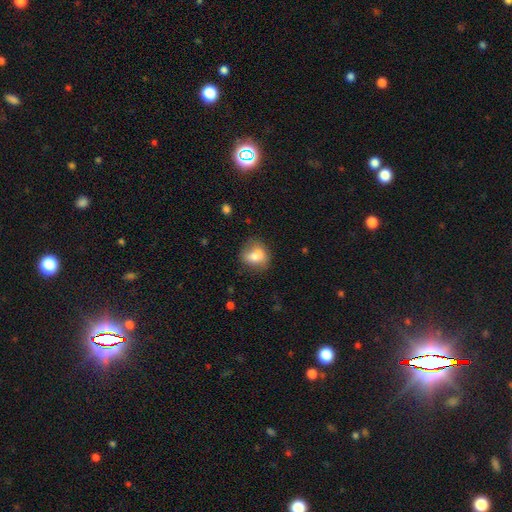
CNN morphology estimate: Smooth or featured?
  - smooth: 70% *
  - featured or disk: 21%
  - star or artifact: 9%
How rounded?
  - round: 56% *
  - in between: 42%
  - cigar-shaped: 2%
Merging?
  - none: 55% *
  - minor disturbance: 22%
  - merger: 15%
  - major disturbance: 8%